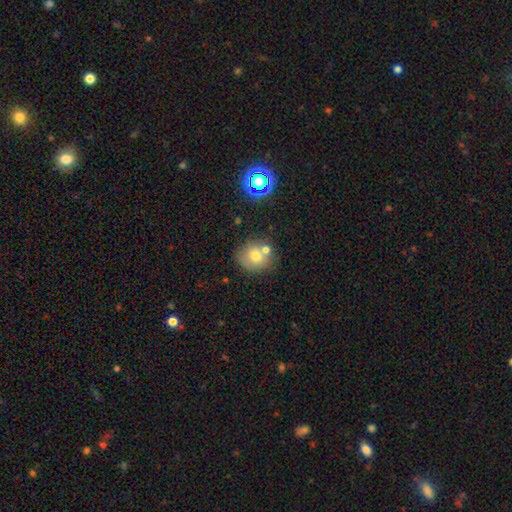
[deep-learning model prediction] A smooth galaxy with no disk features (71%) that is round (78%). Merging: none (59%).